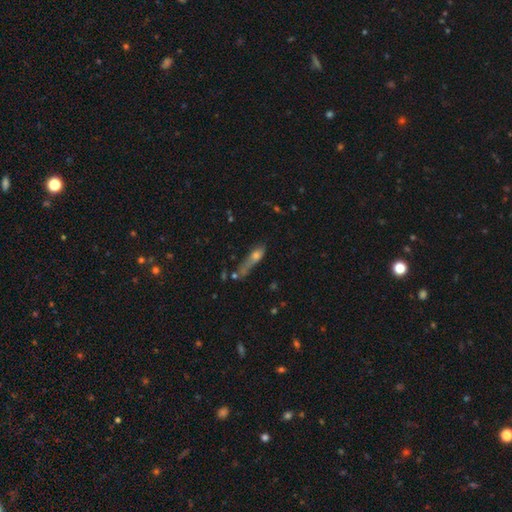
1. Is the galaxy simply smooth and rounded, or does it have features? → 68% smooth, 24% featured or disk, 8% star or artifact.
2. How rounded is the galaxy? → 69% cigar-shaped, 23% in between, 8% round.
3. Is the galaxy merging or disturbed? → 37% major disturbance, 34% minor disturbance, 26% none, 3% merger.